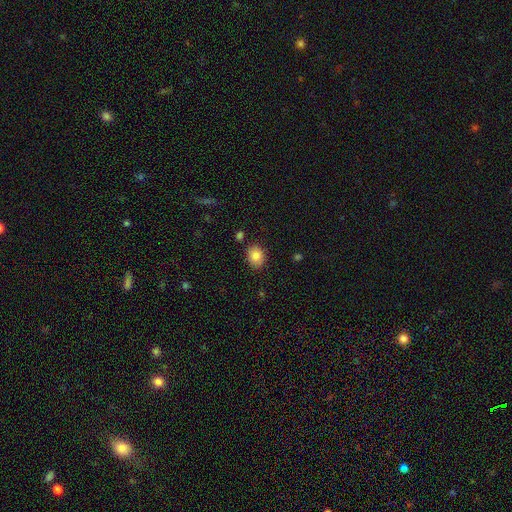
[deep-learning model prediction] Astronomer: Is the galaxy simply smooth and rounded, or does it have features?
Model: smooth — 84%.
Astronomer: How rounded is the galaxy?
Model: in between — 55% (runner-up: round, 44%).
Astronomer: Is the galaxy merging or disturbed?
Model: none — 83%.